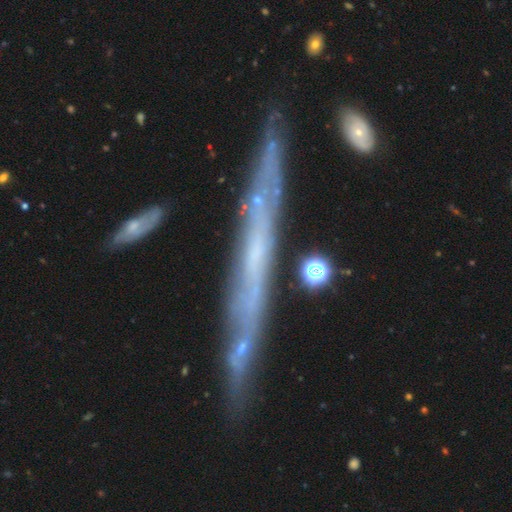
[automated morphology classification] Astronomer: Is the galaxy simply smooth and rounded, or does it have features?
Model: featured or disk — 69%.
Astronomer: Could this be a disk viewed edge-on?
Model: yes — 87%.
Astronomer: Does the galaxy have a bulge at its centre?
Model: none — 88%.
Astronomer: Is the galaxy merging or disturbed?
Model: none — 81%.